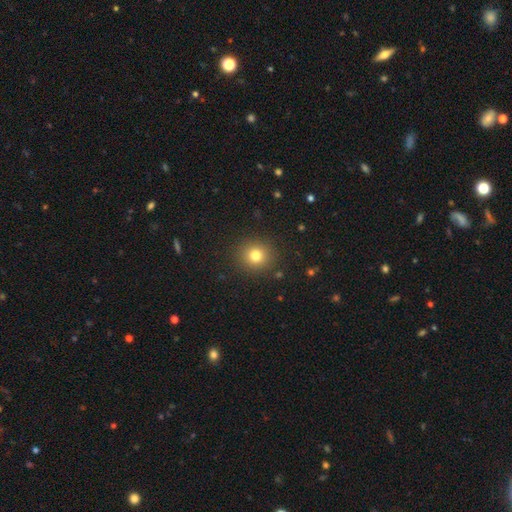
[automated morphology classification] Smooth or featured: smooth — 79% (star or artifact — 14%)
How rounded: round — 90% (in between — 9%)
Merging: none — 90% (minor disturbance — 6%)